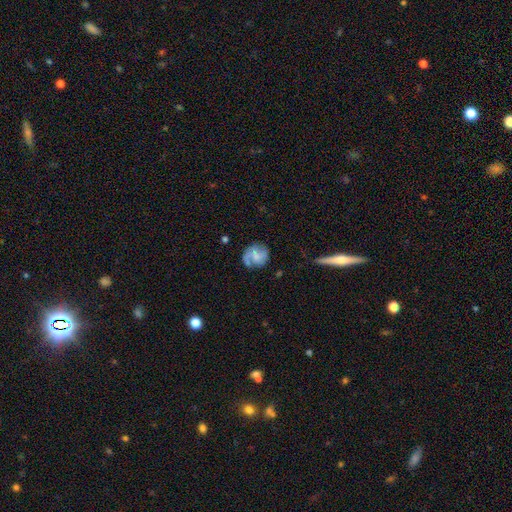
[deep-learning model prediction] Smooth or featured: featured or disk — 60% (smooth — 32%)
Edge-on disk: no — 98% (yes — 2%)
Bar: no — 50% (weak — 41%)
Spiral arms: yes — 86% (no — 14%)
Spiral winding: medium — 45% (loose — 28%)
Spiral arm count: 2 — 57% (can't tell — 17%)
Bulge size: small — 39% (none — 28%)
Merging: none — 64% (minor disturbance — 21%)